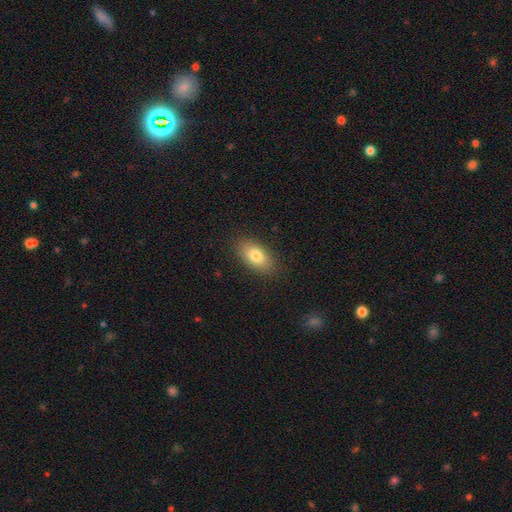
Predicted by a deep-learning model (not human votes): This is likely a smooth galaxy (80%). How rounded: clearly in between (91%). Merging: clearly none (87%).